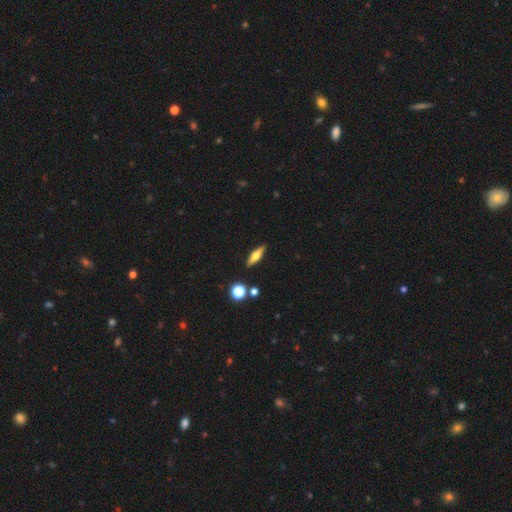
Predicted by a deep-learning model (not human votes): Morphology: type=featured or disk (49%); merging=none (88%).